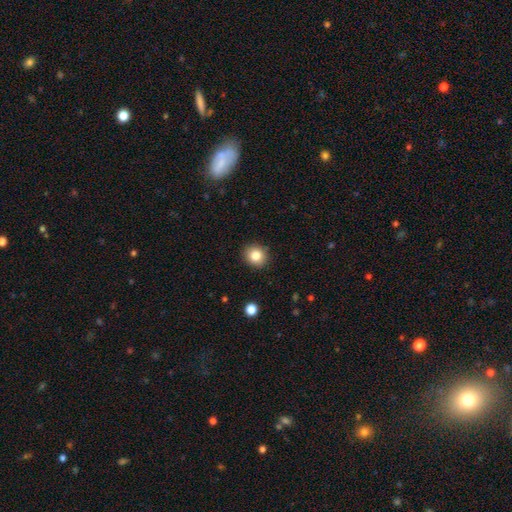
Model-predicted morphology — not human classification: Smooth or featured? smooth (83%)
How rounded? round (83%)
Merging? none (91%)